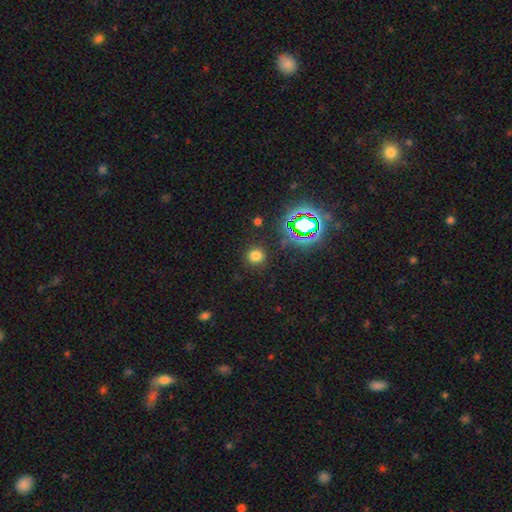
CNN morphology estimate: type=smooth (72%); roundness=round (88%); merging=none (88%).